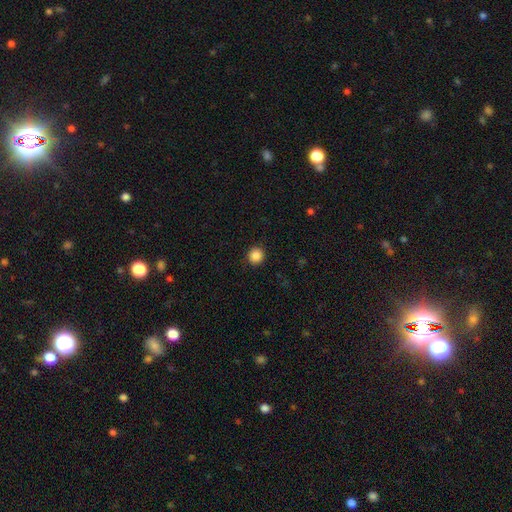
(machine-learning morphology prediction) smooth 87%, star or artifact 10%, featured or disk 3%. Down the decision tree: how rounded — round (94%); merging — none (91%).